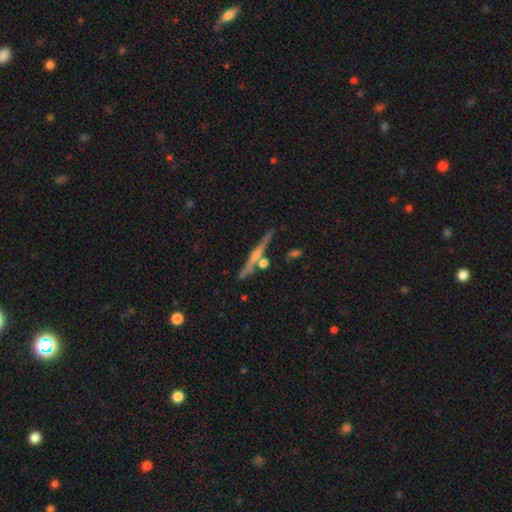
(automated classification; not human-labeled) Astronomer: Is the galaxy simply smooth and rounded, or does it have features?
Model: featured or disk — 75%.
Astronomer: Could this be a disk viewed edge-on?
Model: yes — 98%.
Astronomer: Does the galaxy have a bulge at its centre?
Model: rounded — 75%.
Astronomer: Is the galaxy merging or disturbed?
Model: none — 83%.